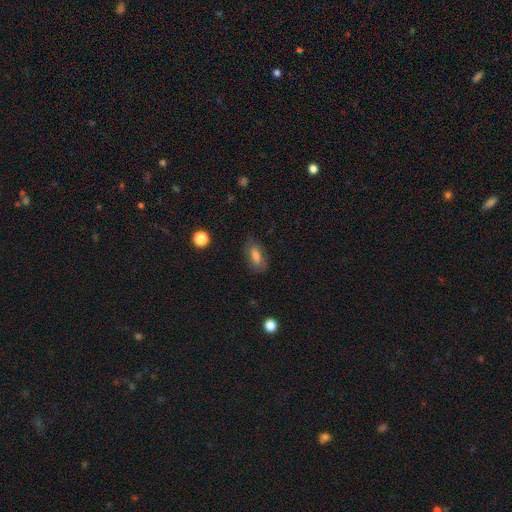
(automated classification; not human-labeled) smooth-or-featured: smooth: 70% | featured or disk: 21% | star or artifact: 10%
  how-rounded: in between: 81% | cigar-shaped: 14% | round: 5%
  merging: none: 77% | minor disturbance: 16% | major disturbance: 5% | merger: 1%